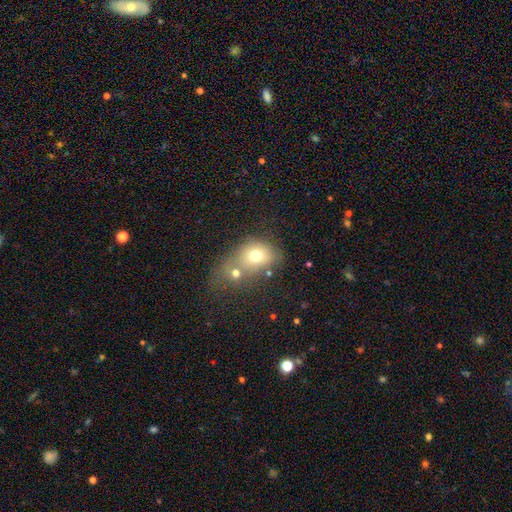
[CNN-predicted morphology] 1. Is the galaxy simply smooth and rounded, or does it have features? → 69% smooth, 18% featured or disk, 12% star or artifact.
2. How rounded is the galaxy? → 52% in between, 47% round, 1% cigar-shaped.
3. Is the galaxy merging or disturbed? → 50% merger, 29% none, 12% minor disturbance, 9% major disturbance.